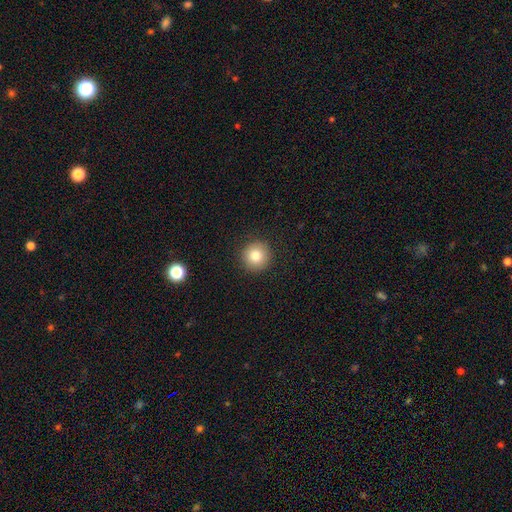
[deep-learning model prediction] A smooth galaxy with no disk features (81%) that is round (95%).

Vote fractions:
- Smooth or featured? smooth: 81% / star or artifact: 10% / featured or disk: 9%
- How rounded? round: 95% / in between: 4% / cigar-shaped: 1%
- Merging? none: 92% / minor disturbance: 5% / major disturbance: 2% / merger: 1%